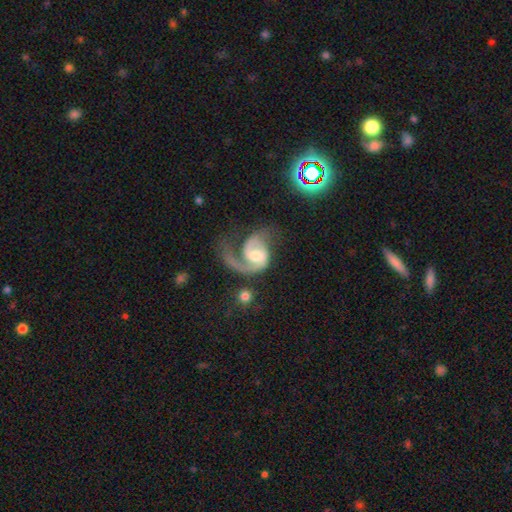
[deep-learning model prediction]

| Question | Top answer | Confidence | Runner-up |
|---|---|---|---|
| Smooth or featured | featured or disk | 87% | smooth (9%) |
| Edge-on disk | no | 98% | yes (2%) |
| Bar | weak | 47% | no (40%) |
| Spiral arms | yes | 96% | no (4%) |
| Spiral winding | medium | 46% | loose (36%) |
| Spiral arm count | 1 | 49% | 2 (45%) |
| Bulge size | moderate | 58% | small (23%) |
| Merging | none | 39% | major disturbance (38%) |